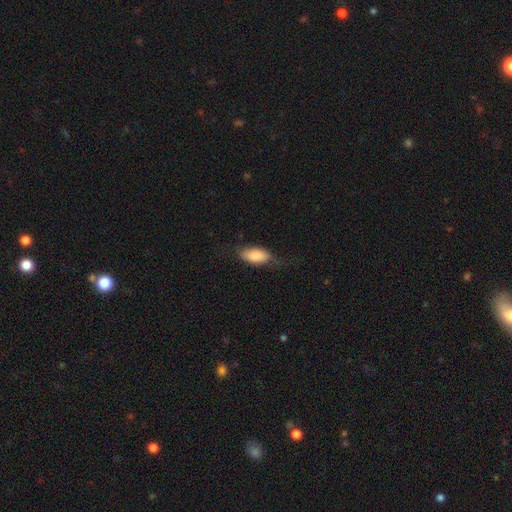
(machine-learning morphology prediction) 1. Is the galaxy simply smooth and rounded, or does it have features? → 84% smooth, 10% featured or disk, 6% star or artifact.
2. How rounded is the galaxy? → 88% in between, 9% cigar-shaped, 3% round.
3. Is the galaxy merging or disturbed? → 58% none, 28% minor disturbance, 12% major disturbance, 1% merger.